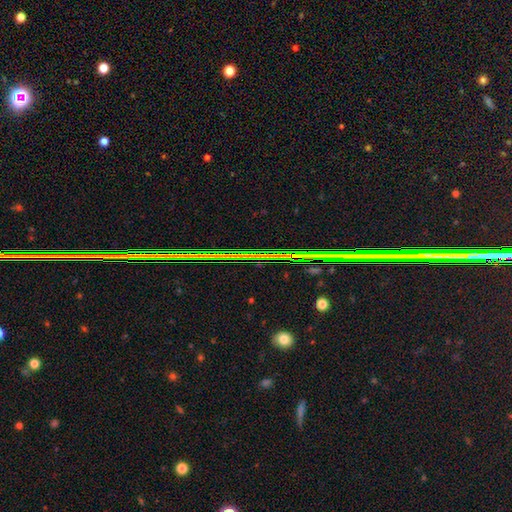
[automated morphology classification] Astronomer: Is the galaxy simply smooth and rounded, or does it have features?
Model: star or artifact — 83%.